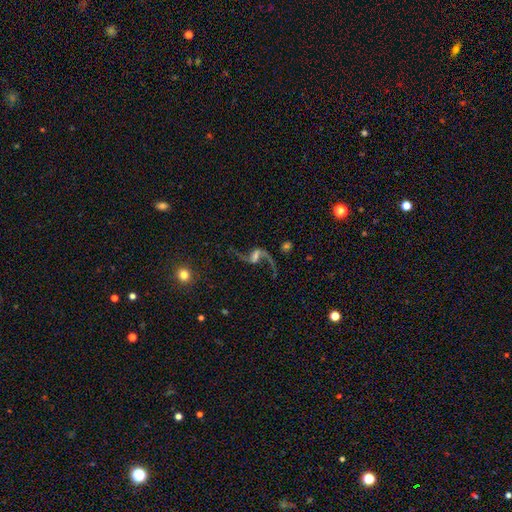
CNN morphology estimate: Smooth or featured? featured or disk (86%)
Edge-on disk? no (96%)
Bar? weak (45%)
Spiral arms? yes (95%)
Spiral winding? loose (92%)
Spiral arm count? 2 (91%)
Bulge size? small (32%)
Merging? none (64%)